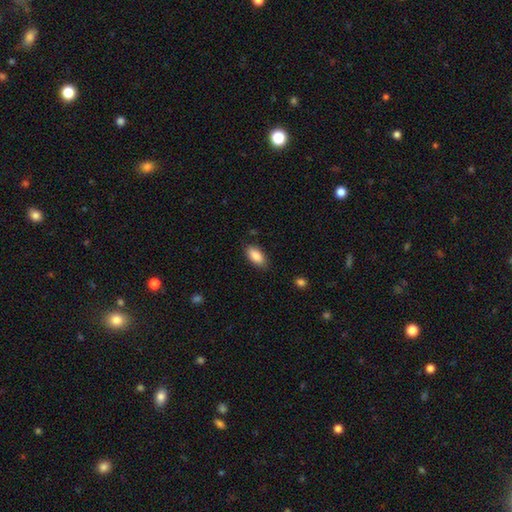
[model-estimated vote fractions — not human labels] Overall: smooth (88%). How rounded: in between (91%). Merging: none (84%).